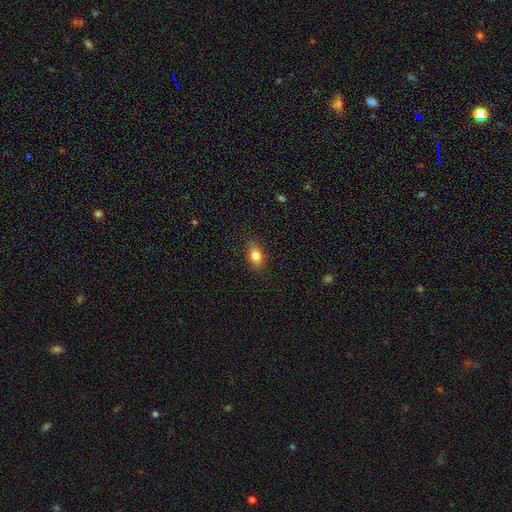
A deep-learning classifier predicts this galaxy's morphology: The model was most divided on "how rounded": in between: 77%, round: 17%, cigar-shaped: 6%. More confident: merging — none (83%); smooth or featured — smooth (79%).